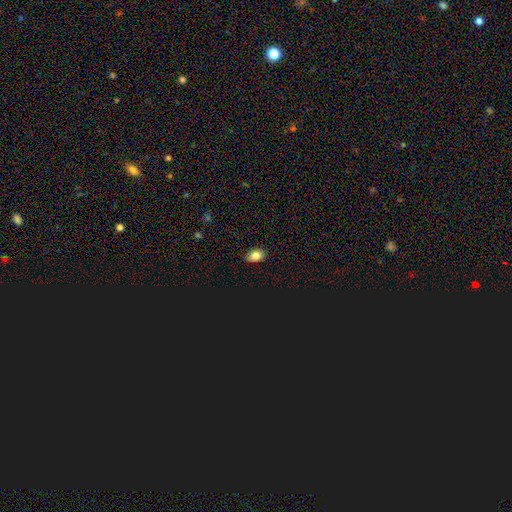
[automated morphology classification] smooth 80%, star or artifact 12%, featured or disk 8%. Down the decision tree: how rounded — in between (81%); merging — none (85%).